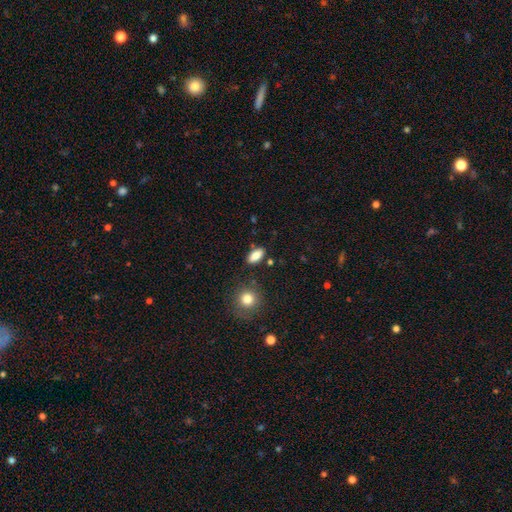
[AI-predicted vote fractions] smooth-or-featured: smooth: 82% | featured or disk: 11% | star or artifact: 8%
  how-rounded: in between: 84% | cigar-shaped: 11% | round: 5%
  merging: none: 84% | minor disturbance: 10% | merger: 3% | major disturbance: 3%